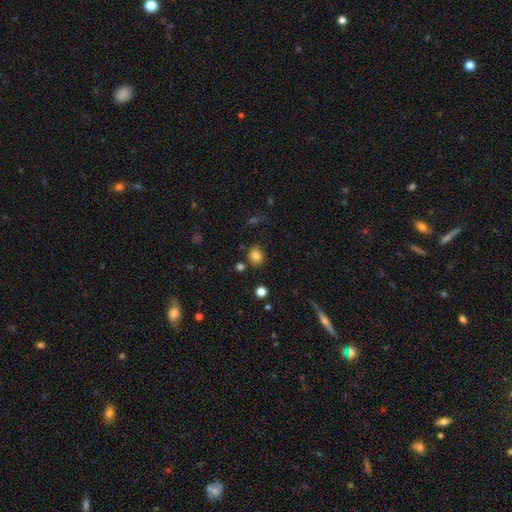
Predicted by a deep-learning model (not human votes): smooth_or_featured: smooth (p=0.83) [alt: star or artifact p=0.11]
how_rounded: round (p=0.65) [alt: in between p=0.34]
merging: none (p=0.82) [alt: minor disturbance p=0.11]